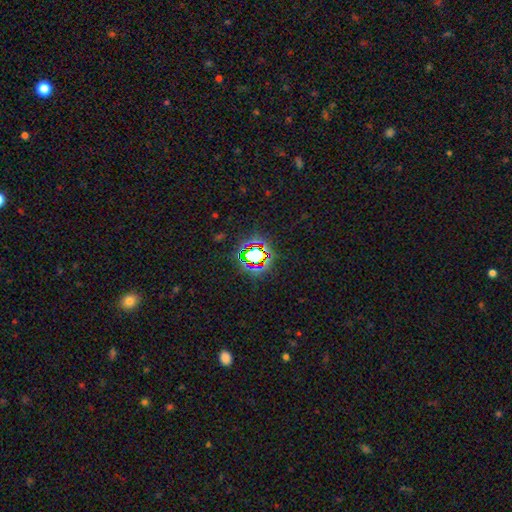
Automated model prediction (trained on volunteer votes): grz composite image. It shows a star or artifact, not a galaxy (70%).